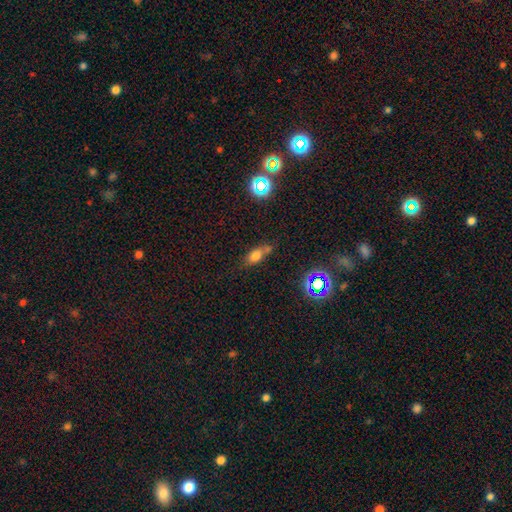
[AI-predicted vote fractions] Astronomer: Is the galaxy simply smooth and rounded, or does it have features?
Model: smooth — 68%.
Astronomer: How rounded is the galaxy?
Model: in between — 71%.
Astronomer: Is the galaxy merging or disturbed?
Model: none — 47% (runner-up: merger, 24%).